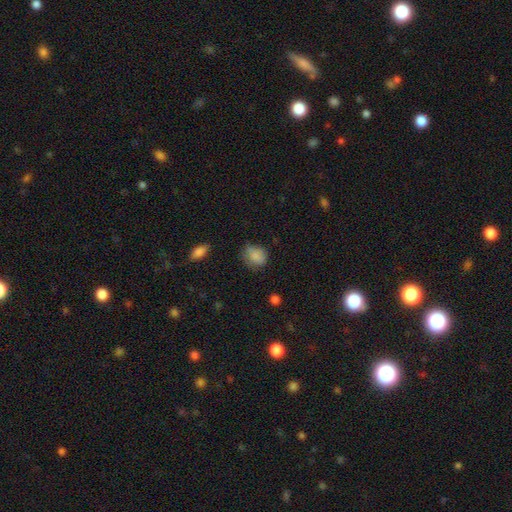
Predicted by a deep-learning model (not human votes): Smooth or featured: smooth — 84% (star or artifact — 9%)
How rounded: round — 59% (in between — 40%)
Merging: none — 61% (minor disturbance — 30%)